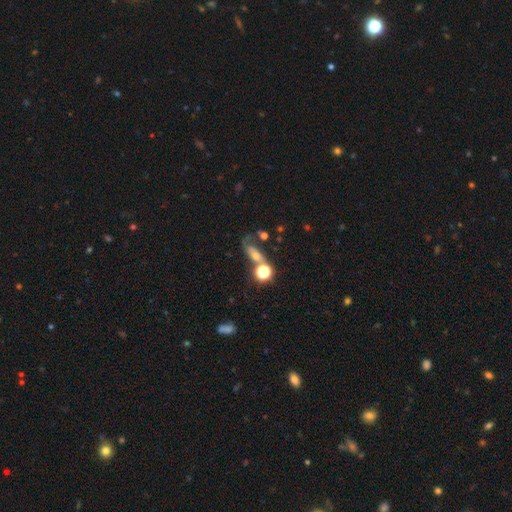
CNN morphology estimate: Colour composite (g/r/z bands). It shows a smooth galaxy with no disk features (42%). Merging: none (34%).